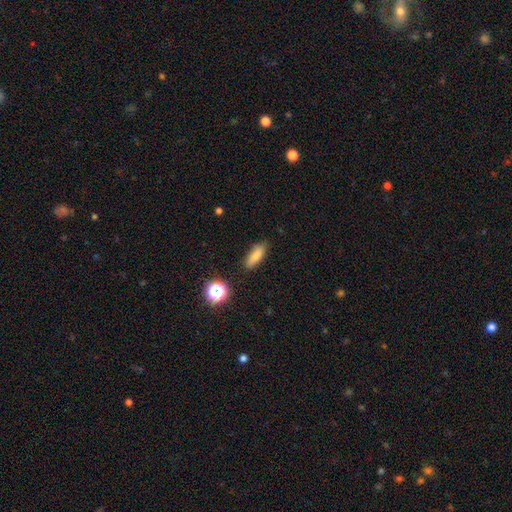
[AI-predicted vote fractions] Smooth or featured? Predicted: smooth (p=0.79). How rounded? Predicted: in between (p=0.57). Merging? Predicted: none (p=0.83).